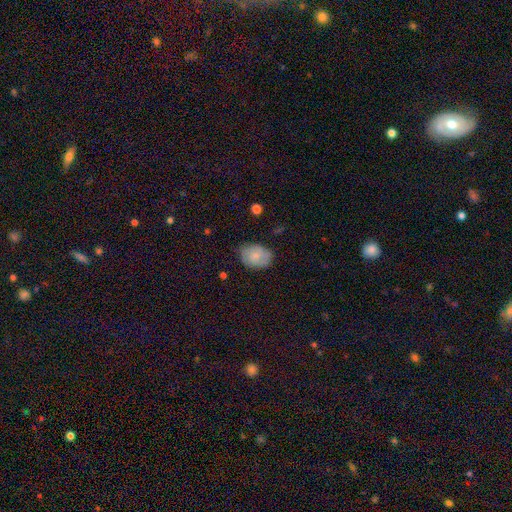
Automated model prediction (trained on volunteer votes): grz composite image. It shows a smooth galaxy with no disk features (60%) that is in between round and cigar-shaped (73%). Merging: none (74%).